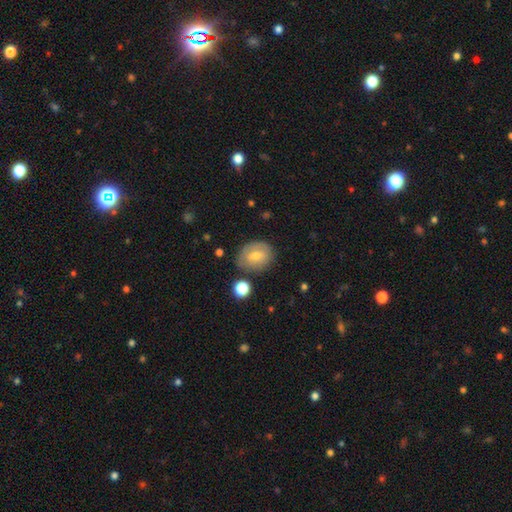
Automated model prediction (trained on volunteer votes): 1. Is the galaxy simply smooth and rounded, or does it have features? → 59% smooth, 32% featured or disk, 10% star or artifact.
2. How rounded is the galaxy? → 56% in between, 43% round, 1% cigar-shaped.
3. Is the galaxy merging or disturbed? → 74% none, 18% minor disturbance, 5% major disturbance, 3% merger.